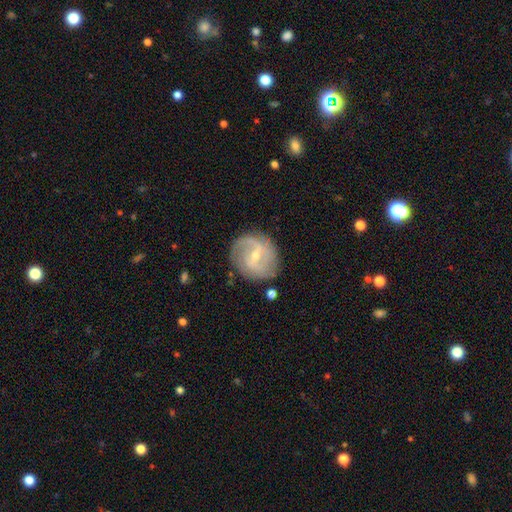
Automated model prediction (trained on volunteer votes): Smooth or featured: featured or disk — 77% (smooth — 17%)
Edge-on disk: no — 97% (yes — 3%)
Bar: weak — 56% (strong — 25%)
Spiral arms: yes — 87% (no — 13%)
Spiral winding: medium — 41% (loose — 31%)
Spiral arm count: 2 — 65% (can't tell — 18%)
Bulge size: small — 62% (moderate — 35%)
Merging: none — 77% (minor disturbance — 15%)